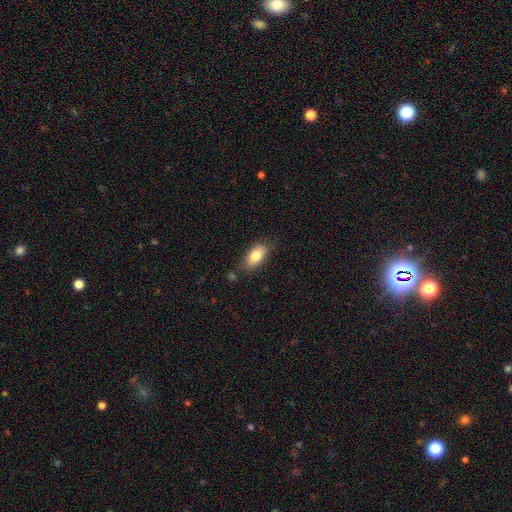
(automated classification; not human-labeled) Morphology: type=smooth (81%); roundness=in between (88%); merging=none (78%).